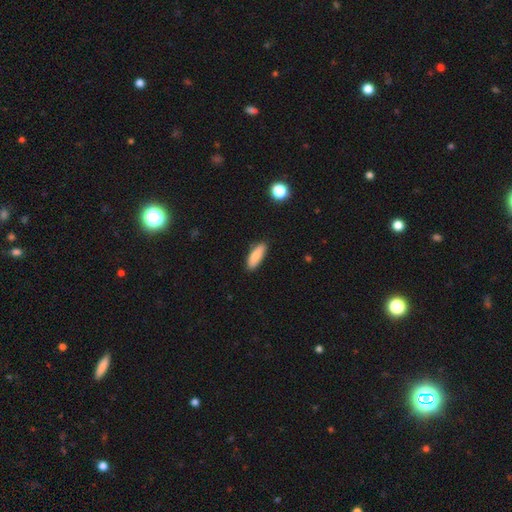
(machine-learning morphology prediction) This is clearly a smooth galaxy (86%). How rounded: likely in between (61%). Merging: clearly none (87%).